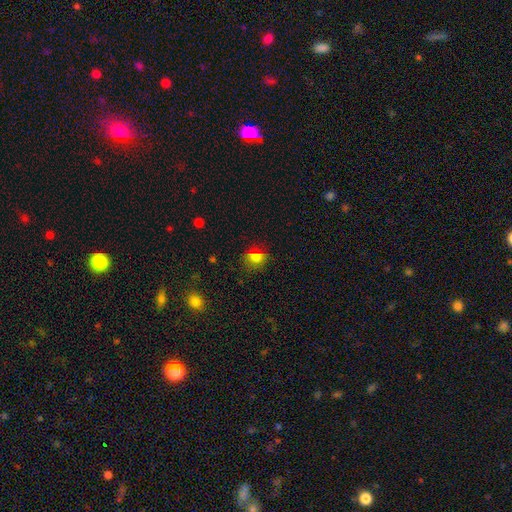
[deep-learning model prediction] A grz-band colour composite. It shows a smooth galaxy with no disk features (74%) that is round (54%). Merging: none (74%).